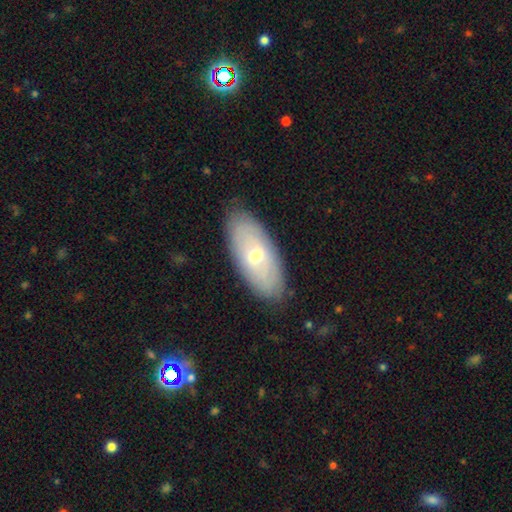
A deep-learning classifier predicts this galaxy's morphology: A featured or disk galaxy (52%). Merging: none (84%).